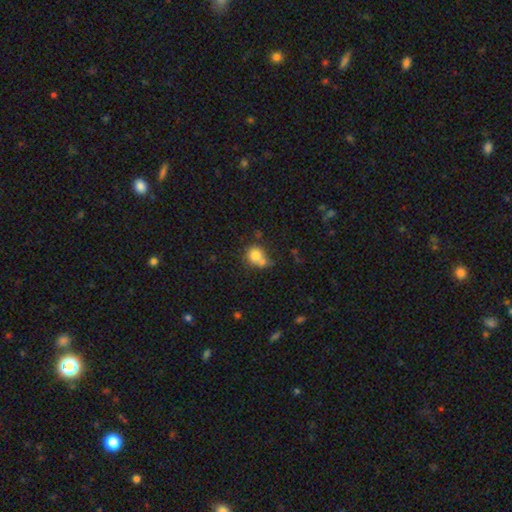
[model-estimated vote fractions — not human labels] Smooth or featured? smooth (77%)
How rounded? round (79%)
Merging? none (40%)